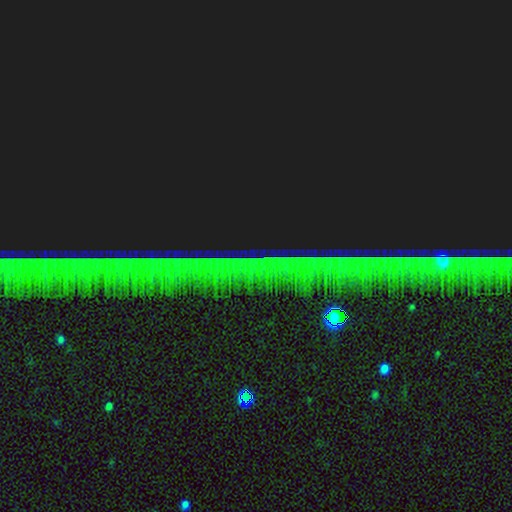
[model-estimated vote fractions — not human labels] Smooth or featured? Predicted: star or artifact (p=0.86).